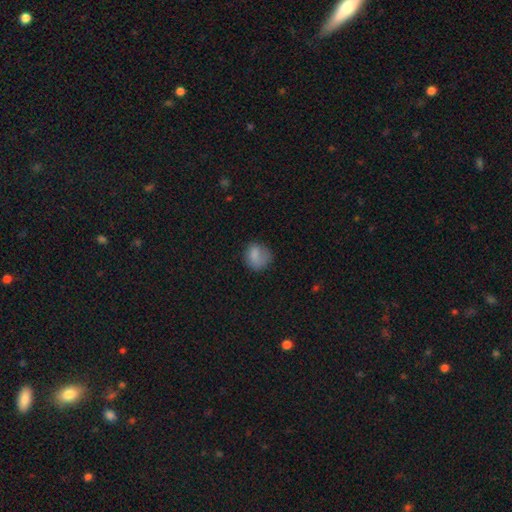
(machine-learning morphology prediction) The model was most divided on "merging": none: 52%, minor disturbance: 27%, major disturbance: 18%, merger: 2%. More confident: smooth or featured — smooth (79%); how rounded — round (68%).